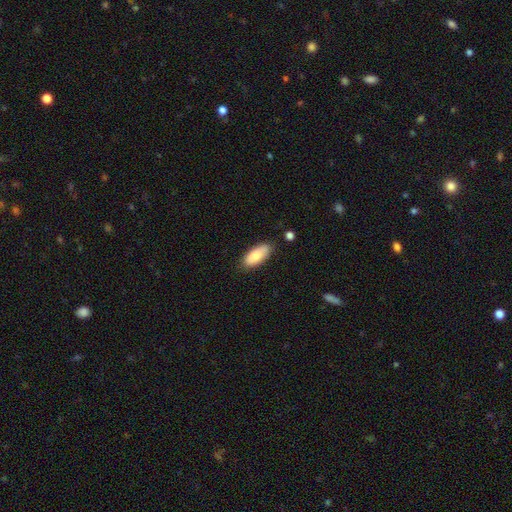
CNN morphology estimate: Q: Smooth or featured?
A: smooth (81%); runner-up: featured or disk (13%)
Q: How rounded?
A: in between (86%); runner-up: cigar-shaped (12%)
Q: Merging?
A: none (78%); runner-up: minor disturbance (16%)